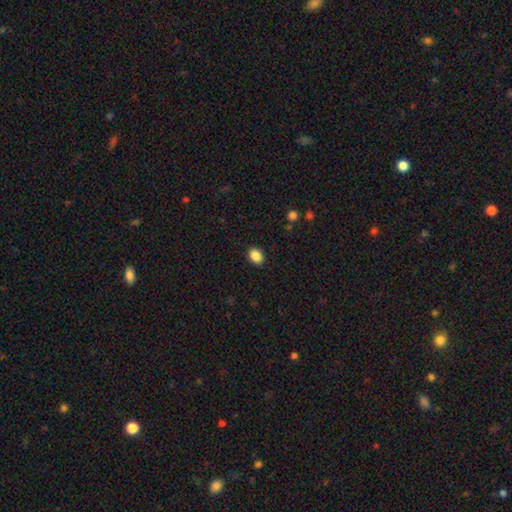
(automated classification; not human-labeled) This is clearly a smooth galaxy (88%). How rounded: possibly in between (53%). Merging: clearly none (90%).